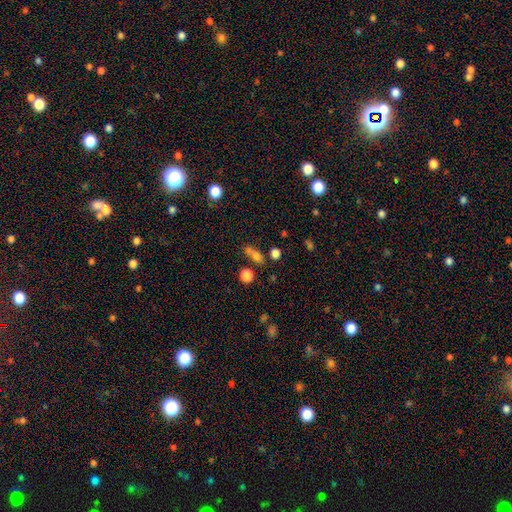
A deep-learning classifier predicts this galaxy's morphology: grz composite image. It shows a smooth galaxy with no disk features (71%) that is in between round and cigar-shaped (57%). Merging: none (49%).